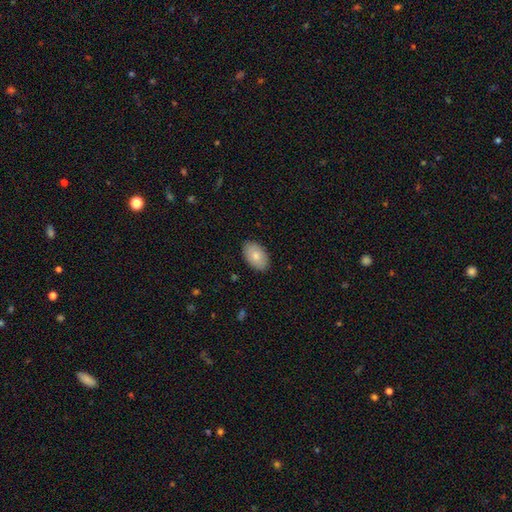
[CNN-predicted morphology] smooth_or_featured: smooth (p=0.82) [alt: featured or disk p=0.12]
how_rounded: in between (p=0.93) [alt: round p=0.06]
merging: none (p=0.88) [alt: minor disturbance p=0.09]